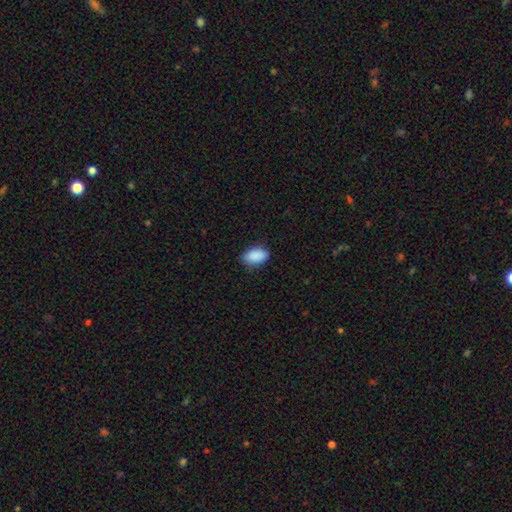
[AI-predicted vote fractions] A smooth galaxy with no disk features (91%) that is in between round and cigar-shaped (93%).

Vote fractions:
- Smooth or featured? smooth: 91% / star or artifact: 7% / featured or disk: 3%
- How rounded? in between: 93% / round: 6% / cigar-shaped: 2%
- Merging? none: 84% / minor disturbance: 13% / major disturbance: 2% / merger: 1%